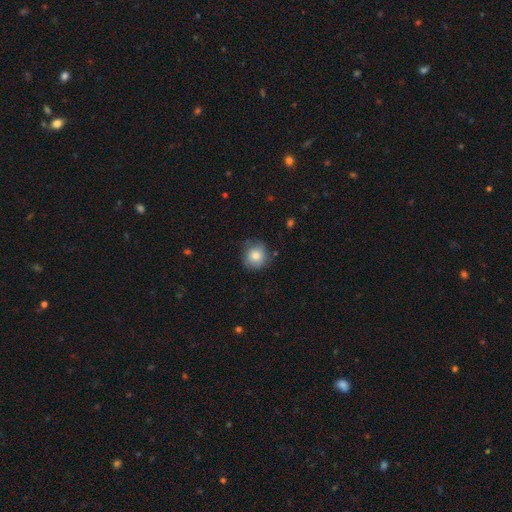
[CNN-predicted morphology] smooth 78%, featured or disk 14%, star or artifact 9%. Down the decision tree: how rounded — round (89%); merging — none (71%).